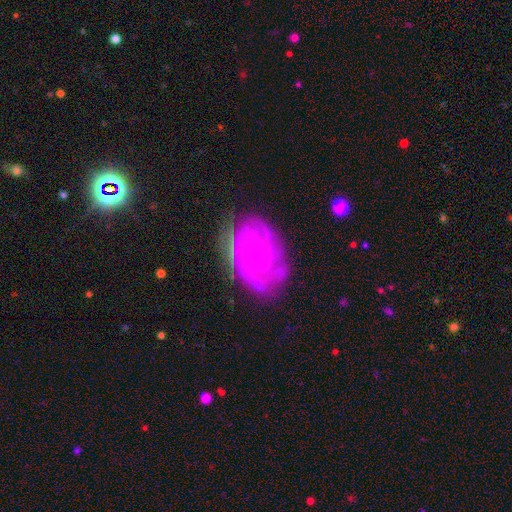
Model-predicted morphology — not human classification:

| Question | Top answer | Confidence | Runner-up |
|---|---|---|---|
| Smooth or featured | featured or disk | 84% | smooth (9%) |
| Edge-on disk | no | 97% | yes (3%) |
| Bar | no | 77% | weak (18%) |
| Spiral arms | yes | 96% | no (4%) |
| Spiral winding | tight | 79% | medium (18%) |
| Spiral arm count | can't tell | 27% | 4 (21%) |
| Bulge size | small | 86% | moderate (10%) |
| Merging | none | 76% | minor disturbance (18%) |